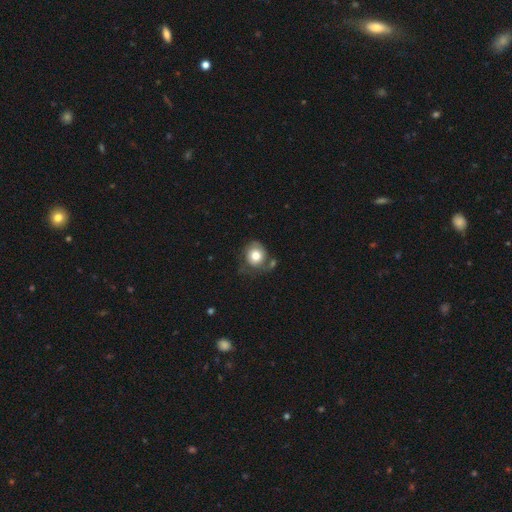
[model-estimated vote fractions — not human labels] Smooth or featured? smooth (70%)
How rounded? round (79%)
Merging? none (52%)